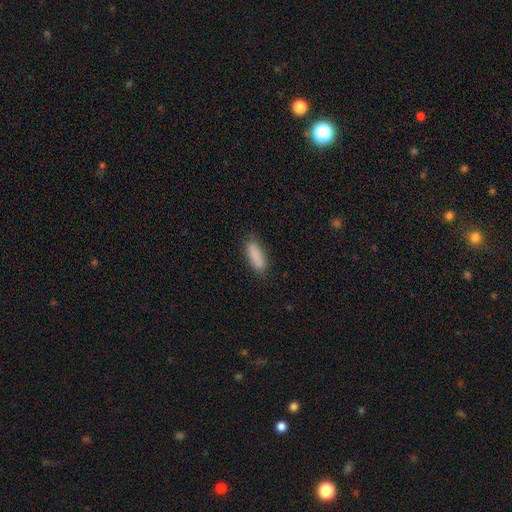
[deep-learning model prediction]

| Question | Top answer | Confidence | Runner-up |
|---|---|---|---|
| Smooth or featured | smooth | 88% | star or artifact (7%) |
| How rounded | in between | 61% | cigar-shaped (37%) |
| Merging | none | 82% | minor disturbance (14%) |